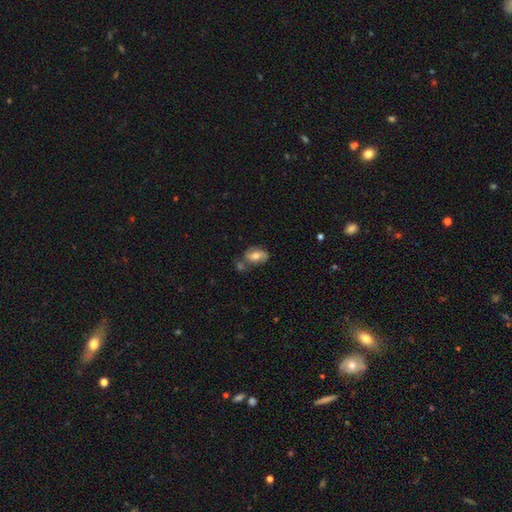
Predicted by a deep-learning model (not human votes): A smooth galaxy with no disk features (60%) that is in between round and cigar-shaped (85%). Merging: none (54%).